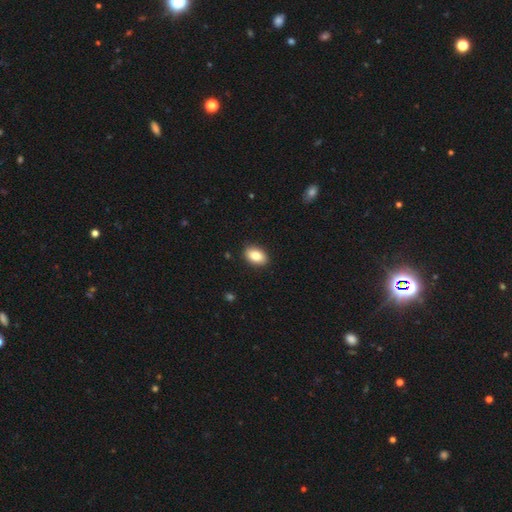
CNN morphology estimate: The model was most divided on "smooth or featured": smooth: 84%, featured or disk: 8%, star or artifact: 7%. More confident: merging — none (89%); how rounded — in between (89%).